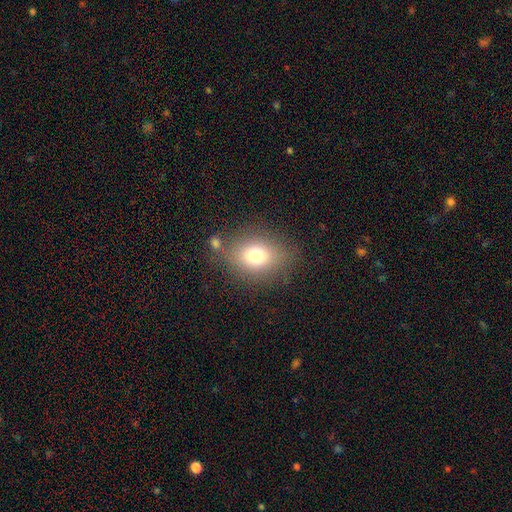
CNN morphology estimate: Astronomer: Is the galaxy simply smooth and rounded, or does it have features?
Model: smooth — 74%.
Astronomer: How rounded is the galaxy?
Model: in between — 55% (runner-up: round, 44%).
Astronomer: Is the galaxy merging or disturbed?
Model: none — 74%.